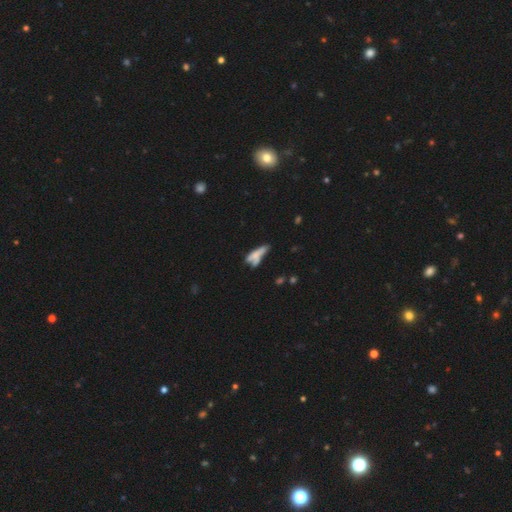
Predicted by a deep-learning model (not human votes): This is possibly a smooth galaxy (53%). How rounded: possibly cigar-shaped (59%). Merging: marginally merger (36%).